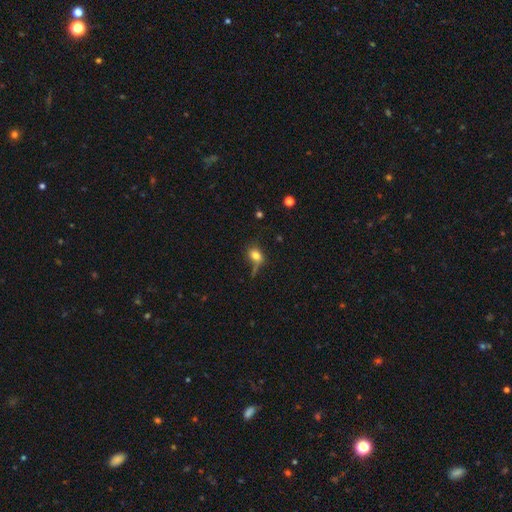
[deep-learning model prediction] smooth 76%, featured or disk 12%, star or artifact 12%. Down the decision tree: how rounded — in between (56%); merging — none (50%).